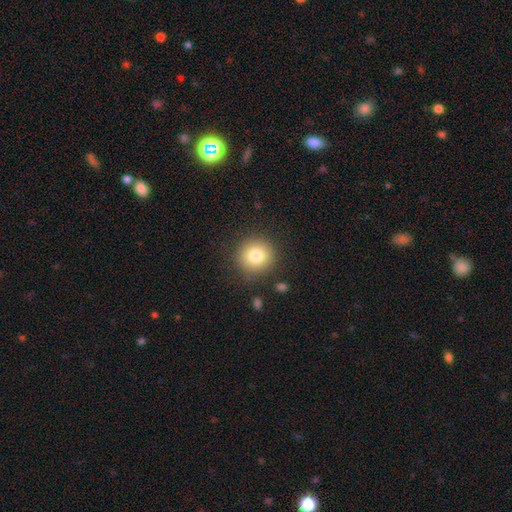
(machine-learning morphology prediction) type=smooth (81%); roundness=round (93%); merging=none (87%).